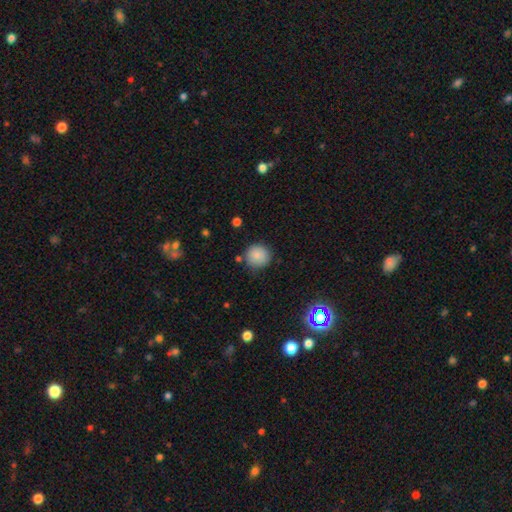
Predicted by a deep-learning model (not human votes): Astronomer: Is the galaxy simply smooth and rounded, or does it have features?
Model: smooth — 85%.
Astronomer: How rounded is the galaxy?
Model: round — 92%.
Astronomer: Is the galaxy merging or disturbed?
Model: none — 81%.